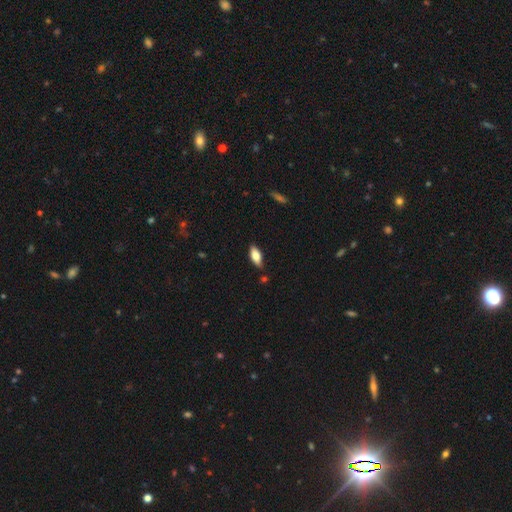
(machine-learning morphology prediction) The model was most divided on "smooth or featured": smooth: 77%, featured or disk: 17%, star or artifact: 7%. More confident: merging — none (84%); how rounded — in between (81%).